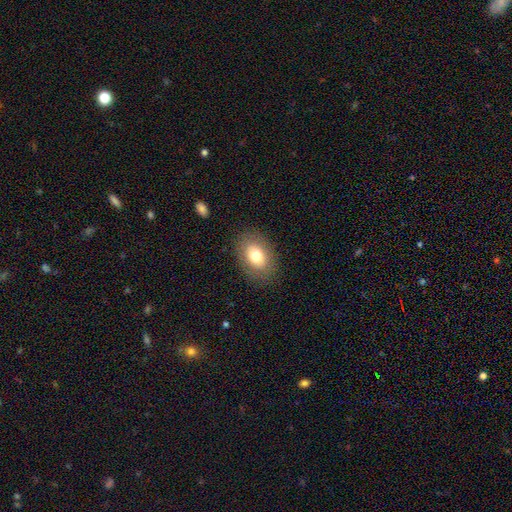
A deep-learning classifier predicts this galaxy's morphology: smooth 75%, featured or disk 16%, star or artifact 9%. Down the decision tree: how rounded — in between (76%); merging — none (84%).